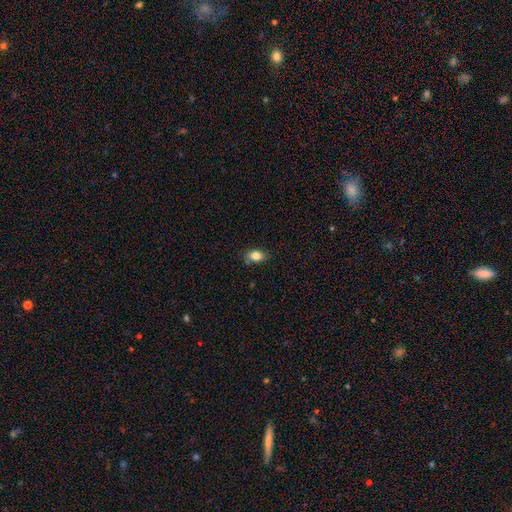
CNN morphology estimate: This is clearly a smooth galaxy (83%). How rounded: clearly in between (82%). Merging: likely none (80%).